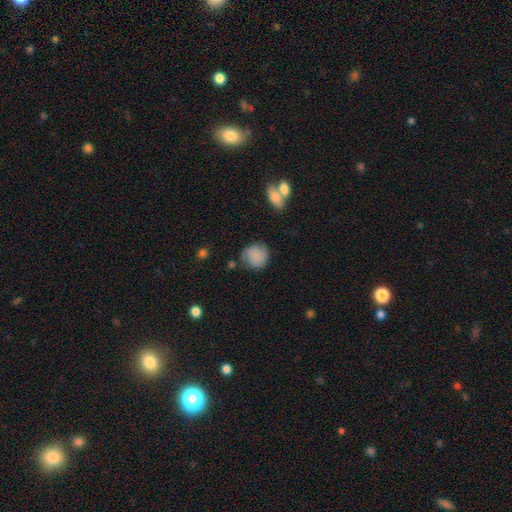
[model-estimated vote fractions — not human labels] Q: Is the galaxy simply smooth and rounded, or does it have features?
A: smooth — 84%.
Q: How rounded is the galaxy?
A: round — 85%.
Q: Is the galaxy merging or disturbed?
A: none — 69%.